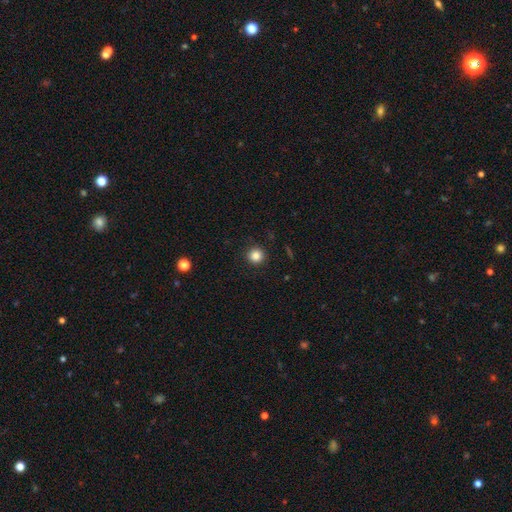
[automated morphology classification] smooth 84%, star or artifact 11%, featured or disk 4%. Down the decision tree: how rounded — round (94%); merging — none (92%).